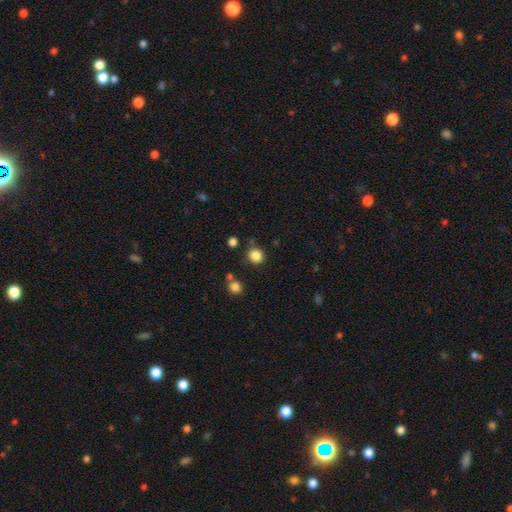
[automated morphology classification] A smooth galaxy with no disk features (85%) that is round (87%).

Vote fractions:
- Smooth or featured? smooth: 85% / star or artifact: 12% / featured or disk: 3%
- How rounded? round: 87% / in between: 12% / cigar-shaped: 1%
- Merging? none: 82% / minor disturbance: 10% / merger: 5% / major disturbance: 3%